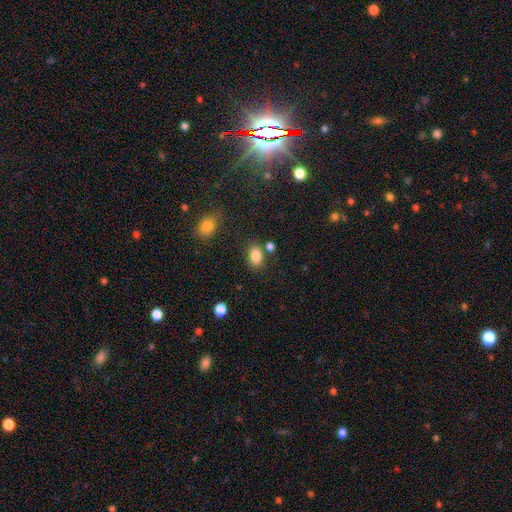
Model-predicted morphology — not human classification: This is clearly a smooth galaxy (85%). How rounded: clearly in between (84%). Merging: likely none (74%).